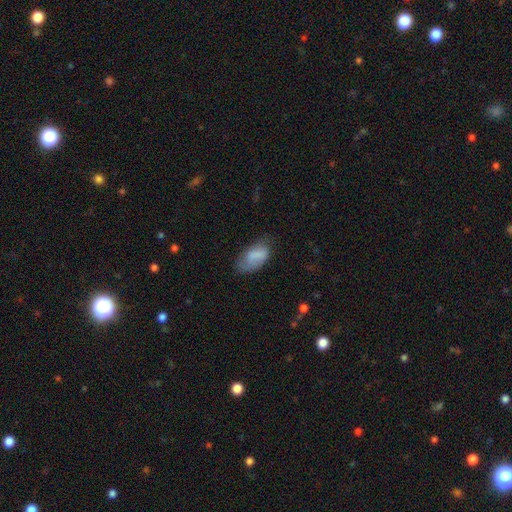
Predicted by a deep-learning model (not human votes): This appears to be a smooth galaxy with no disk features (78%) that is in between round and cigar-shaped (93%). Merging: none (52%).